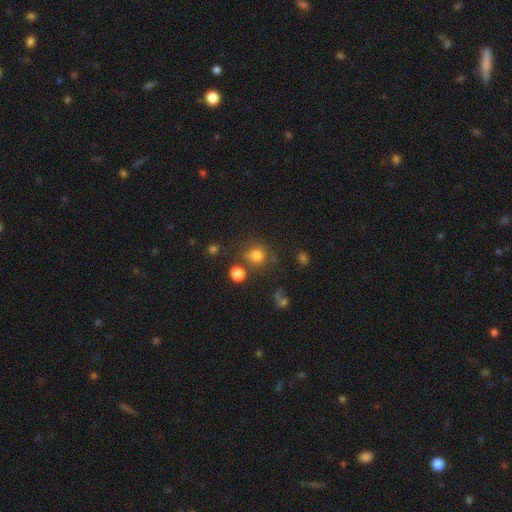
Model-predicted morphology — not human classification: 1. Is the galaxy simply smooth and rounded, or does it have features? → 76% smooth, 17% star or artifact, 8% featured or disk.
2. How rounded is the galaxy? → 85% round, 14% in between, 1% cigar-shaped.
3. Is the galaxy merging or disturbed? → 66% none, 14% minor disturbance, 13% merger, 7% major disturbance.